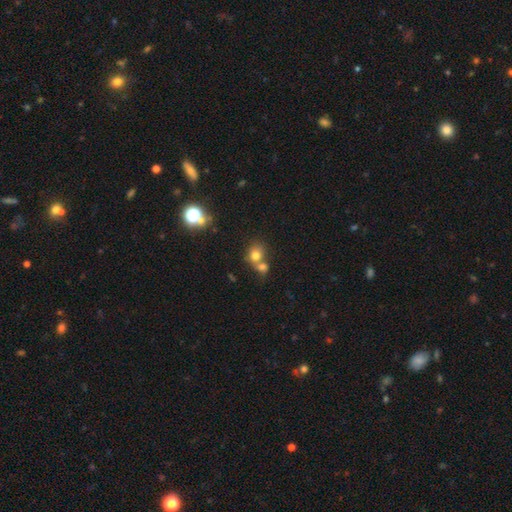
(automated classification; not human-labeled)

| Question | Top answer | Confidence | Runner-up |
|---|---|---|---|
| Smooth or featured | smooth | 74% | star or artifact (14%) |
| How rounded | round | 68% | in between (31%) |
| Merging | merger | 53% | none (35%) |